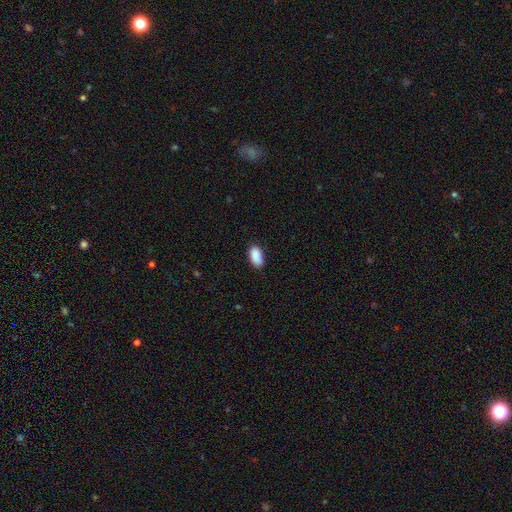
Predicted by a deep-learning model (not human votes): smooth 90%, star or artifact 7%, featured or disk 3%. Down the decision tree: how rounded — in between (93%); merging — none (82%).